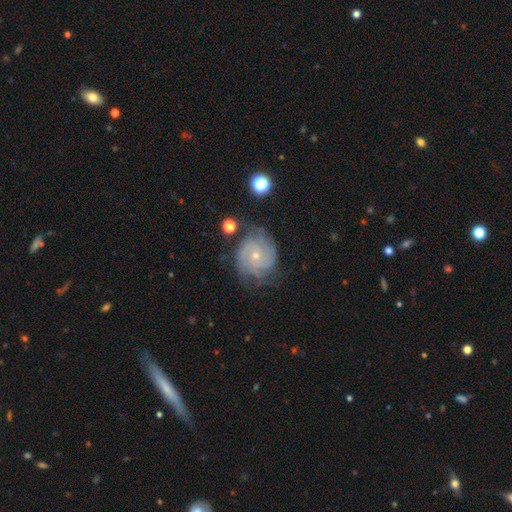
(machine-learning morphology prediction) smooth_or_featured: featured or disk (p=0.80) [alt: smooth p=0.12]
disk_edge_on: no (p=0.98) [alt: yes p=0.02]
bar: no (p=0.78) [alt: weak p=0.18]
has_spiral_arms: yes (p=0.94) [alt: no p=0.06]
spiral_winding: tight (p=0.67) [alt: medium p=0.26]
spiral_arm_count: can't tell (p=0.33) [alt: 3 p=0.22]
bulge_size: small (p=0.75) [alt: moderate p=0.22]
merging: none (p=0.68) [alt: minor disturbance p=0.21]